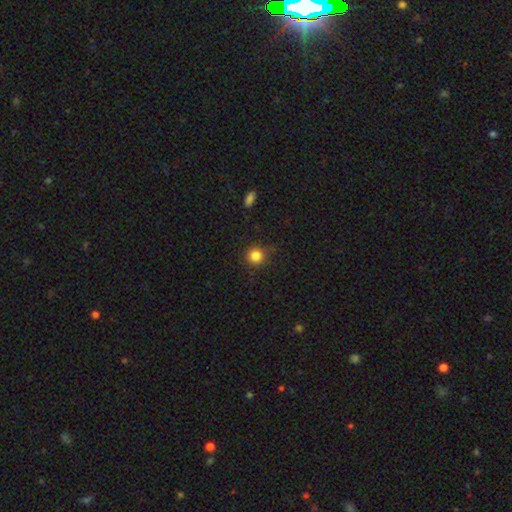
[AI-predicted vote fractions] smooth 84%, star or artifact 12%, featured or disk 5%. Down the decision tree: how rounded — round (93%); merging — none (79%).